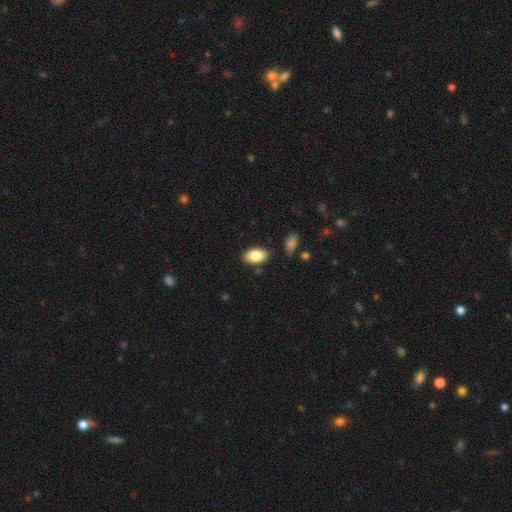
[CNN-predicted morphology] smooth-or-featured: smooth: 82% | featured or disk: 11% | star or artifact: 7%
  how-rounded: in between: 92% | round: 7% | cigar-shaped: 2%
  merging: none: 85% | minor disturbance: 10% | merger: 3% | major disturbance: 2%